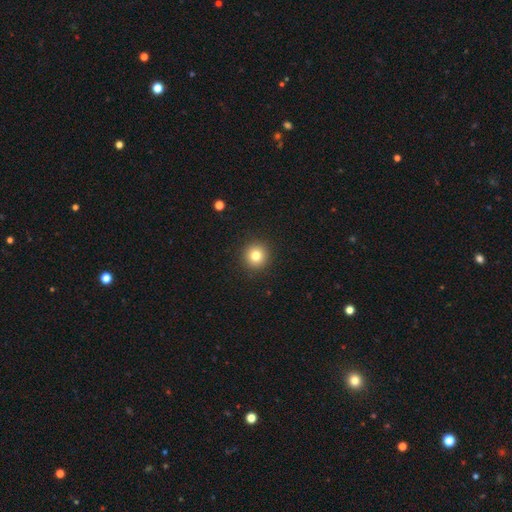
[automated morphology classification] A smooth galaxy with no disk features (80%) that is round (95%). Merging: none (93%).